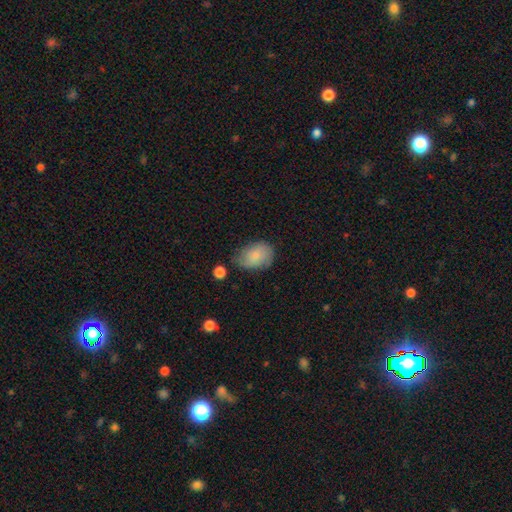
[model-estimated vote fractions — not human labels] smooth 74%, featured or disk 18%, star or artifact 7%. Down the decision tree: how rounded — in between (78%); merging — none (57%).